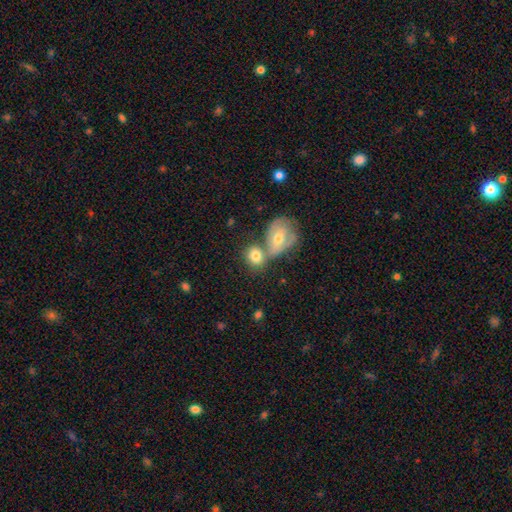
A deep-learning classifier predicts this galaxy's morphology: Smooth or featured: smooth — 75% (featured or disk — 18%)
How rounded: round — 55% (in between — 44%)
Merging: merger — 51% (none — 34%)